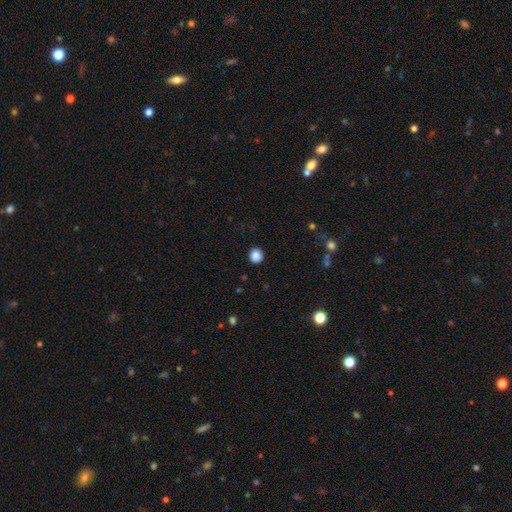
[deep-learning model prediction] Smooth or featured: smooth — 87% (star or artifact — 10%)
How rounded: round — 90% (in between — 9%)
Merging: none — 92% (minor disturbance — 5%)